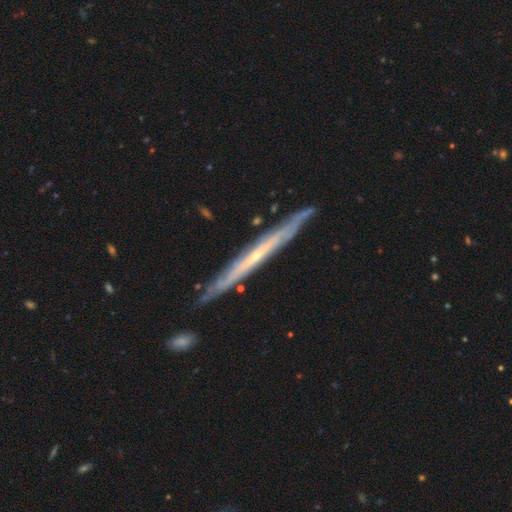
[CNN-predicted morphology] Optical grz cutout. It shows a featured or disk galaxy (76%) viewed edge-on (91%) with no central bulge (60%). Merging: none (83%).